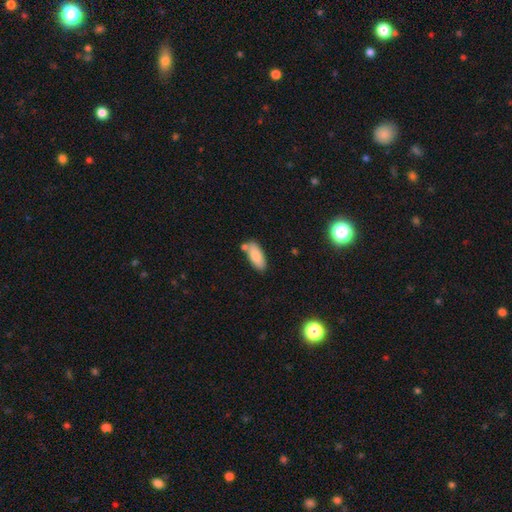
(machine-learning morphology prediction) Smooth or featured? smooth (85%)
How rounded? in between (84%)
Merging? none (67%)